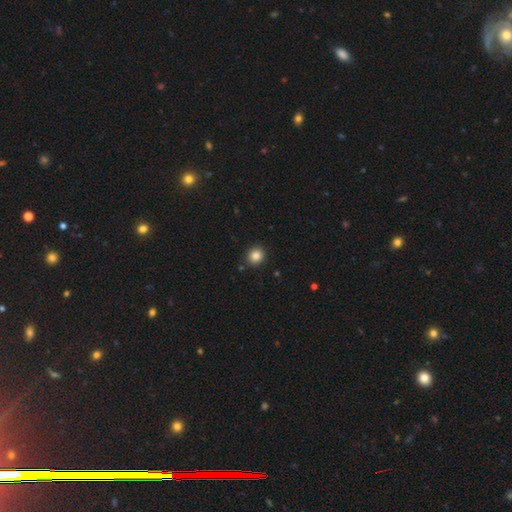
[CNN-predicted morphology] A smooth galaxy with no disk features (85%) that is round (87%).

Vote fractions:
- Smooth or featured? smooth: 85% / star or artifact: 11% / featured or disk: 5%
- How rounded? round: 87% / in between: 12% / cigar-shaped: 1%
- Merging? none: 90% / minor disturbance: 6% / major disturbance: 2% / merger: 2%